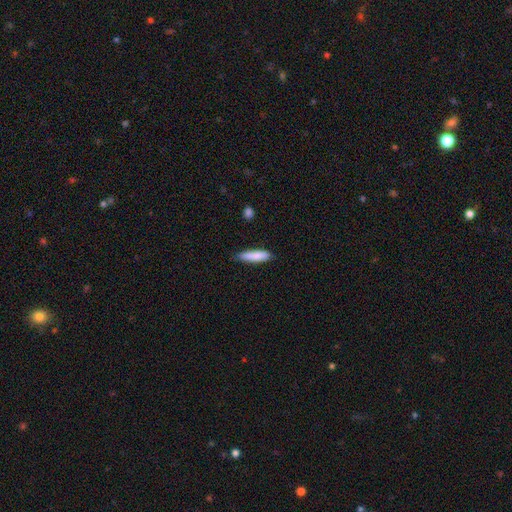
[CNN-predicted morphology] This is clearly a smooth galaxy (84%). How rounded: likely cigar-shaped (74%). Merging: likely none (77%).